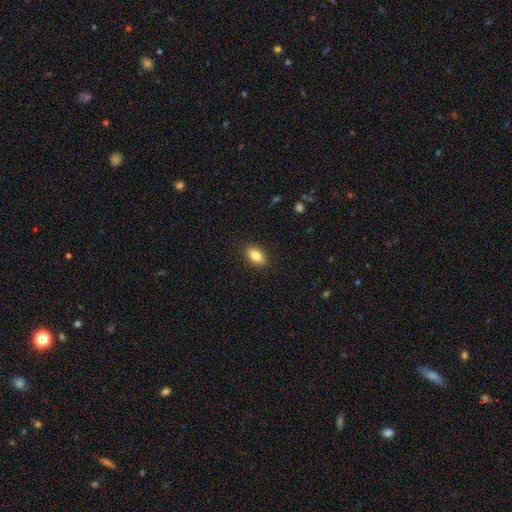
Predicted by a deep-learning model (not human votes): Smooth or featured? smooth (83%)
How rounded? in between (88%)
Merging? none (89%)